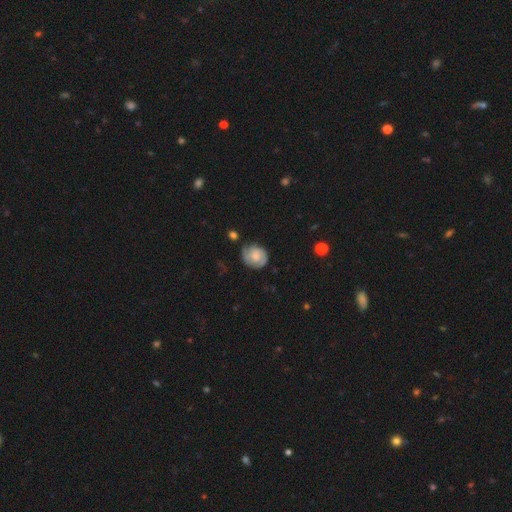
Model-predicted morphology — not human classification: smooth_or_featured: featured or disk (p=0.49) [alt: smooth p=0.44]
merging: none (p=0.62) [alt: minor disturbance p=0.27]